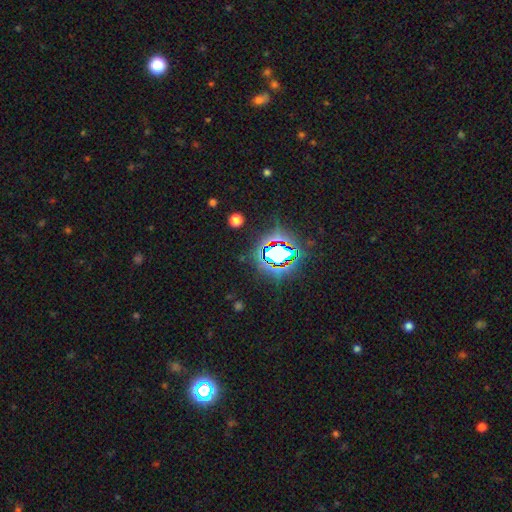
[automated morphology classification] Smooth or featured? star or artifact (79%)